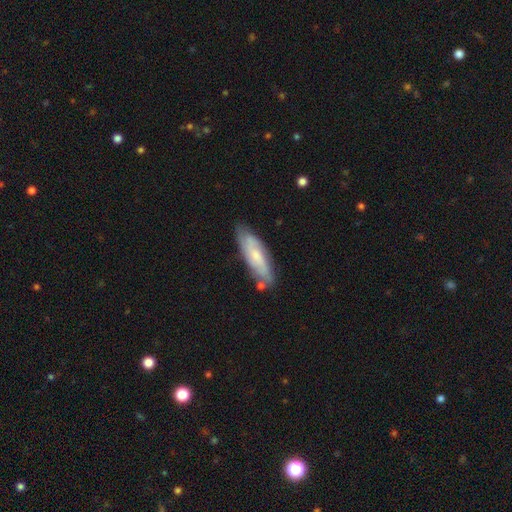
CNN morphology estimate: Smooth or featured: smooth — 48% (featured or disk — 45%)
Merging: none — 74% (minor disturbance — 18%)